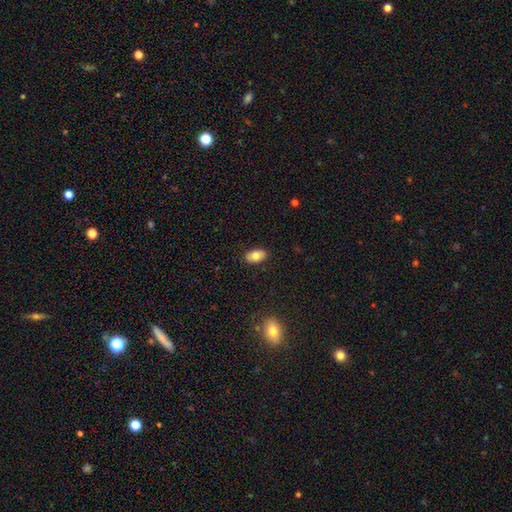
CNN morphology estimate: This is likely a smooth galaxy (79%). How rounded: clearly in between (92%). Merging: clearly none (88%).